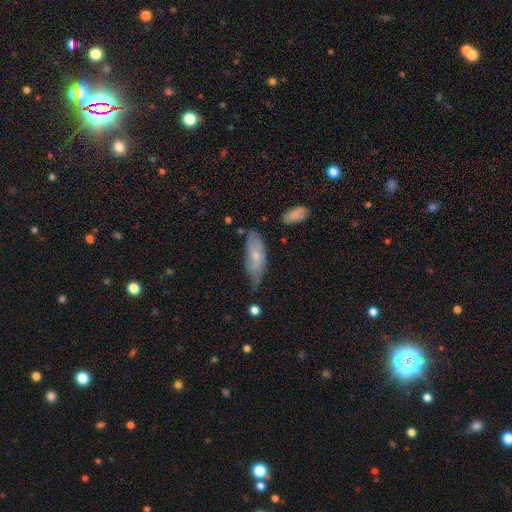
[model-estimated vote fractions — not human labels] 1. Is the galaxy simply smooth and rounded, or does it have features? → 58% smooth, 36% featured or disk, 6% star or artifact.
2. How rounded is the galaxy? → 72% in between, 26% cigar-shaped, 2% round.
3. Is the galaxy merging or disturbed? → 48% none, 39% minor disturbance, 10% major disturbance, 3% merger.